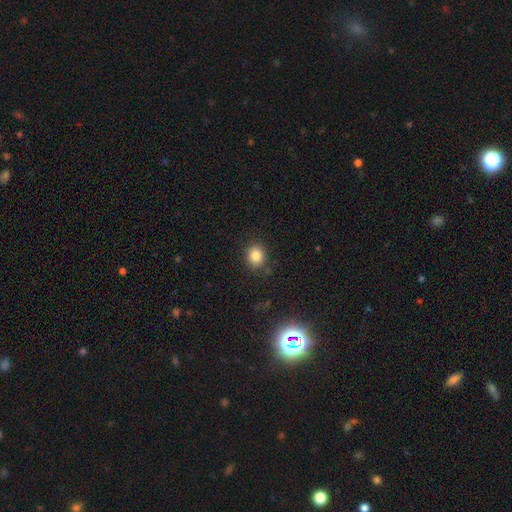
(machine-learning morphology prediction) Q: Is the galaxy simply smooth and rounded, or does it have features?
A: smooth — 84%.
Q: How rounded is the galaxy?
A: round — 72%.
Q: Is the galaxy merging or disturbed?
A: none — 85%.